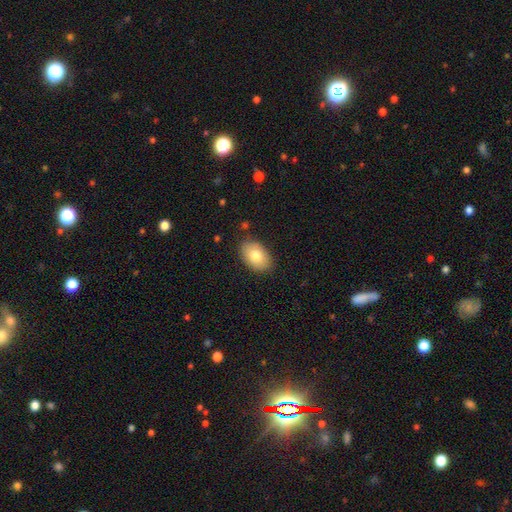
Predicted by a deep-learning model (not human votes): This is likely a smooth galaxy (79%). How rounded: clearly in between (87%). Merging: clearly none (85%).